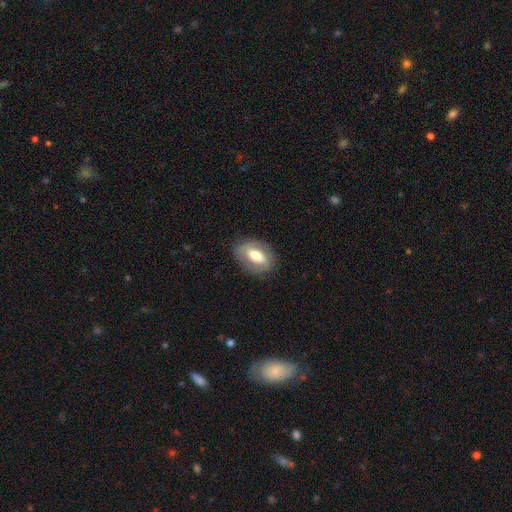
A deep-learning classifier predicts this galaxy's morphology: This appears to be a smooth galaxy with no disk features (58%) that is in between round and cigar-shaped (87%). Merging: none (81%).